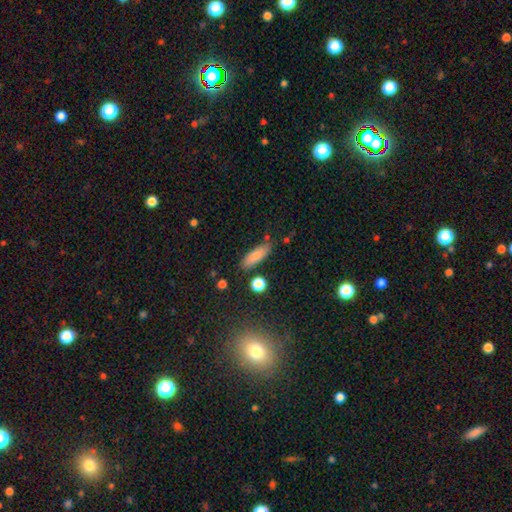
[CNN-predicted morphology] Overall: smooth (79%). How rounded: in between (59%; cigar-shaped 38%). Merging: none (81%).